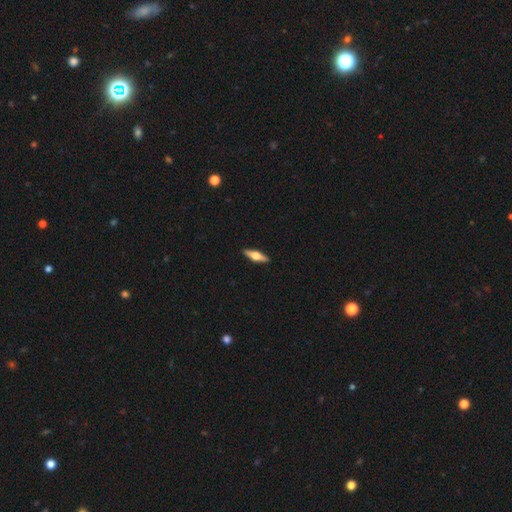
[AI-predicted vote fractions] Overall: featured or disk (58%; smooth 36%). Edge-on disk: yes (95%). Edge-on bulge: rounded (93%). Merging: none (91%).